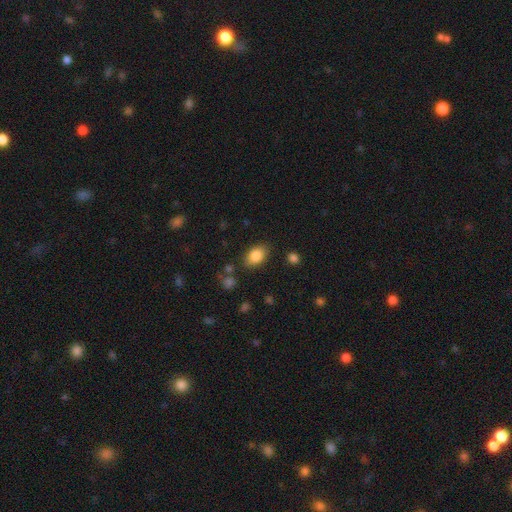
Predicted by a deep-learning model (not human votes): Smooth or featured? smooth (85%)
How rounded? in between (85%)
Merging? none (80%)